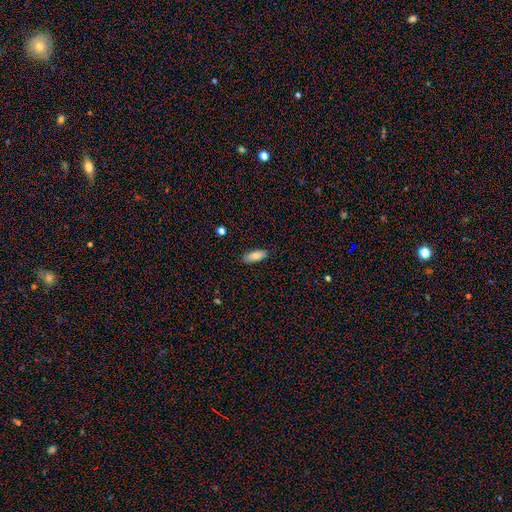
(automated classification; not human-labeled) A smooth galaxy with no disk features (81%) that is in between round and cigar-shaped (73%). Merging: none (87%).